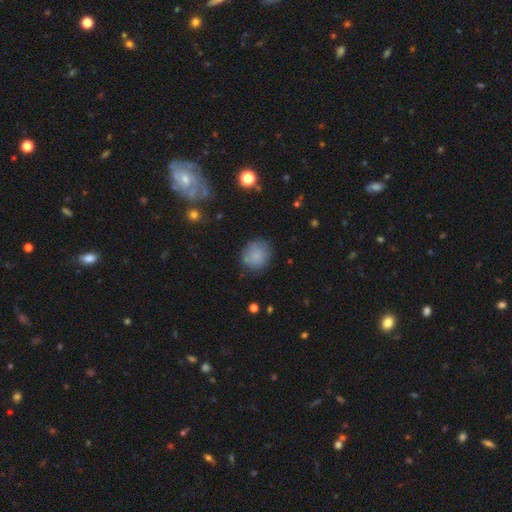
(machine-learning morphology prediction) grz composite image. It shows a smooth galaxy with no disk features (82%) that is round (82%). Merging: none (78%).